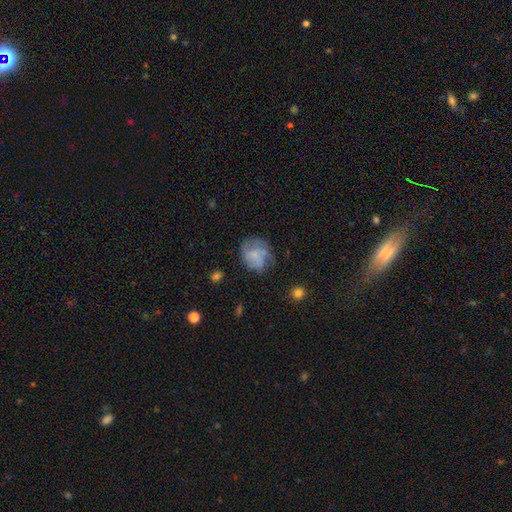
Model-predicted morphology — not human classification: smooth-or-featured: smooth: 51% | featured or disk: 39% | star or artifact: 10%
  how-rounded: round: 64% | in between: 35% | cigar-shaped: 1%
  merging: none: 52% | minor disturbance: 26% | major disturbance: 19% | merger: 3%